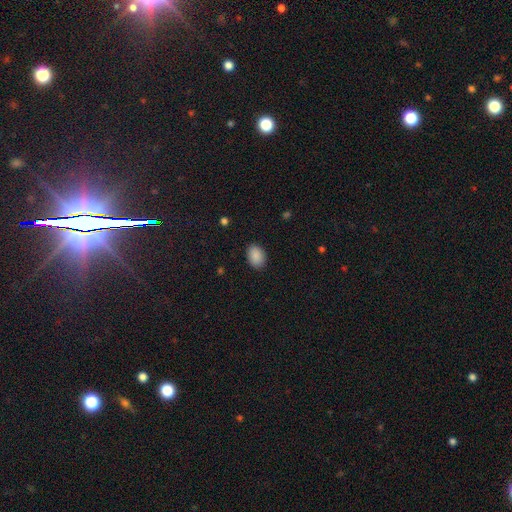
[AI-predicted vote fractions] Q: Smooth or featured?
A: smooth (90%); runner-up: star or artifact (7%)
Q: How rounded?
A: in between (79%); runner-up: round (20%)
Q: Merging?
A: none (88%); runner-up: minor disturbance (9%)